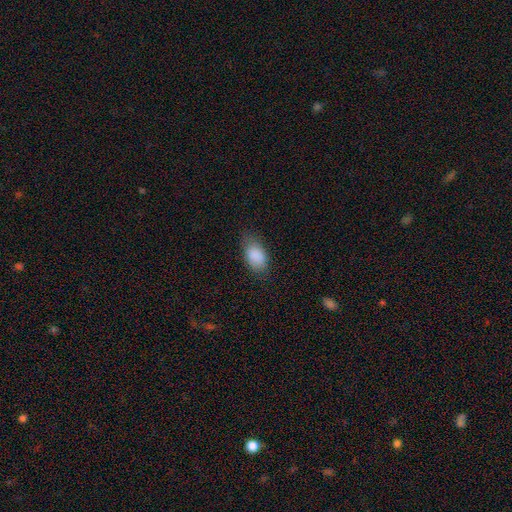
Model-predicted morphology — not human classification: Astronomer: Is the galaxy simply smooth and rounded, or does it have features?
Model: smooth — 87%.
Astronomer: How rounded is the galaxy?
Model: in between — 90%.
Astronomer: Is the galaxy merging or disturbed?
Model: none — 66%.